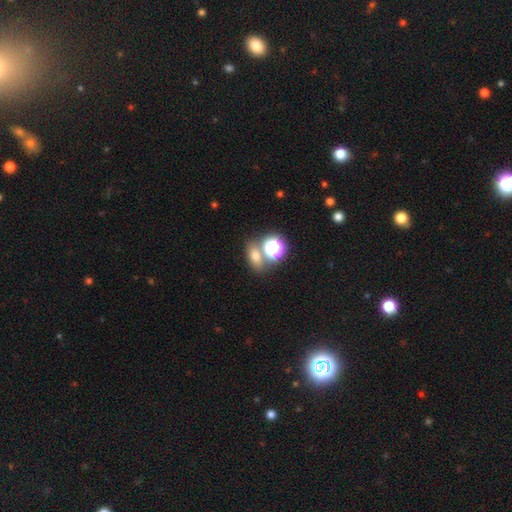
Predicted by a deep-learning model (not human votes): Morphology: type=smooth (65%); roundness=in between (58%); merging=none (61%).